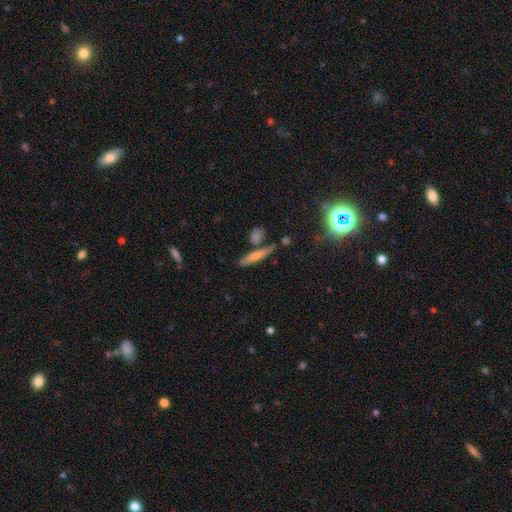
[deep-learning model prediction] Smooth or featured: smooth — 68% (featured or disk — 23%)
How rounded: cigar-shaped — 83% (in between — 14%)
Merging: none — 70% (minor disturbance — 13%)